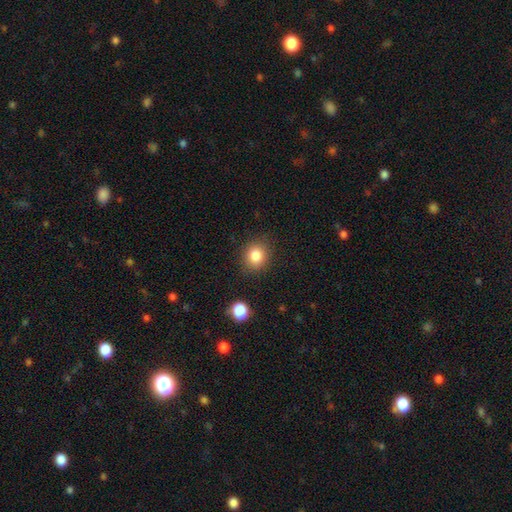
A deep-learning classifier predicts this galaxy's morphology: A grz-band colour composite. It shows a smooth galaxy with no disk features (84%) that is round (78%). Merging: none (86%).